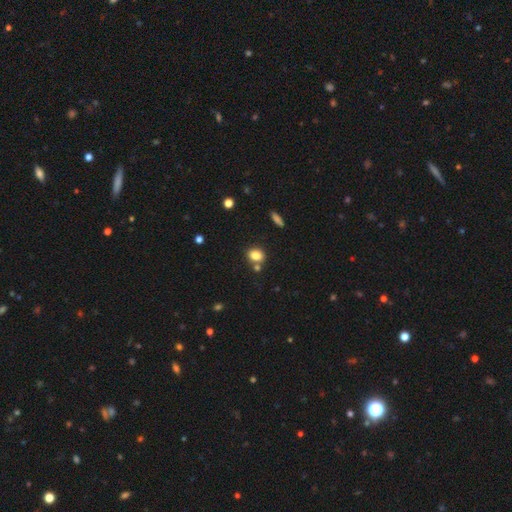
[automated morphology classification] Smooth or featured: smooth — 82% (star or artifact — 11%)
How rounded: in between — 50% (round — 49%)
Merging: none — 68% (merger — 18%)